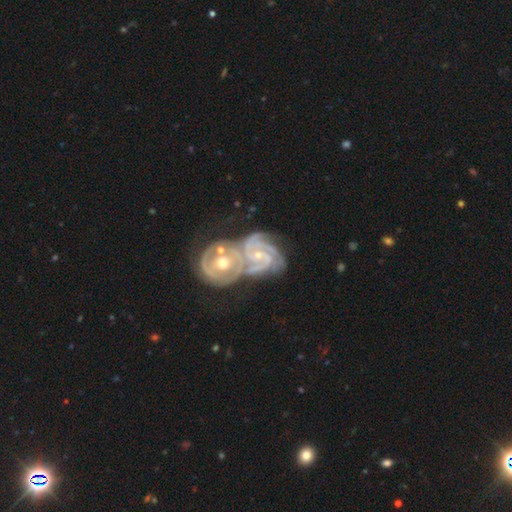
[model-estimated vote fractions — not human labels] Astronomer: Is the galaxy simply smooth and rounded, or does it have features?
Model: featured or disk — 90%.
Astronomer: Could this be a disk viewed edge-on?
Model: no — 97%.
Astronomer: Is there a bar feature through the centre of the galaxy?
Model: no — 58%.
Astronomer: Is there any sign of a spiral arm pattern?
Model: yes — 98%.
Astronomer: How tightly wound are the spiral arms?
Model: tight — 67%.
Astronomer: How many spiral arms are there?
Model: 3 — 38% (runner-up: 2, 22%).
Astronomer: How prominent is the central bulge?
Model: small — 55% (runner-up: moderate, 41%).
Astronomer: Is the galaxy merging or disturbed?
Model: merger — 70%.